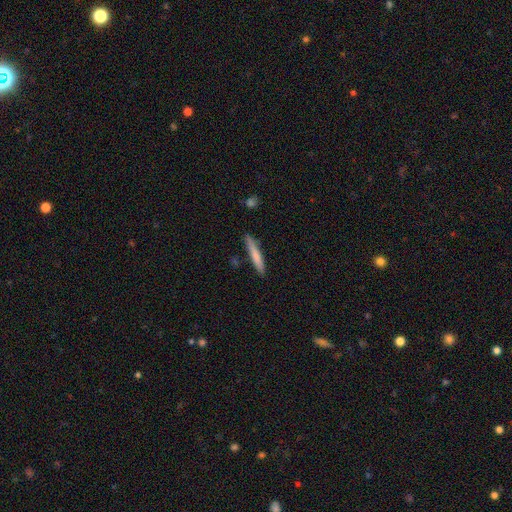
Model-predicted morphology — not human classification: A smooth galaxy with no disk features (73%) that is cigar-shaped (94%).

Vote fractions:
- Smooth or featured? smooth: 73% / featured or disk: 22% / star or artifact: 6%
- How rounded? cigar-shaped: 94% / in between: 5% / round: 1%
- Merging? none: 83% / minor disturbance: 12% / merger: 3% / major disturbance: 2%